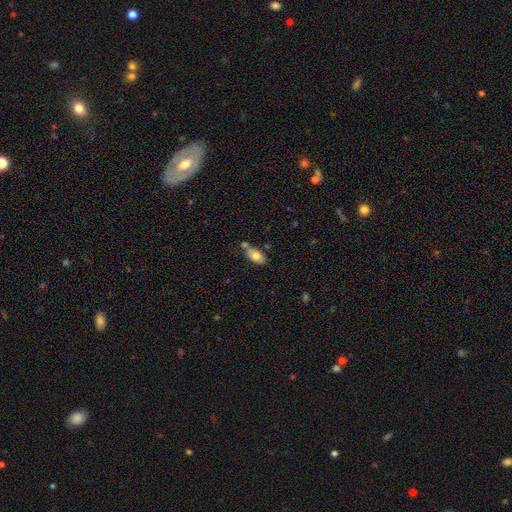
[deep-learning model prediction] A smooth galaxy with no disk features (75%) that is in between round and cigar-shaped (91%).

Vote fractions:
- Smooth or featured? smooth: 75% / featured or disk: 19% / star or artifact: 7%
- How rounded? in between: 91% / cigar-shaped: 6% / round: 3%
- Merging? none: 62% / merger: 18% / minor disturbance: 17% / major disturbance: 4%